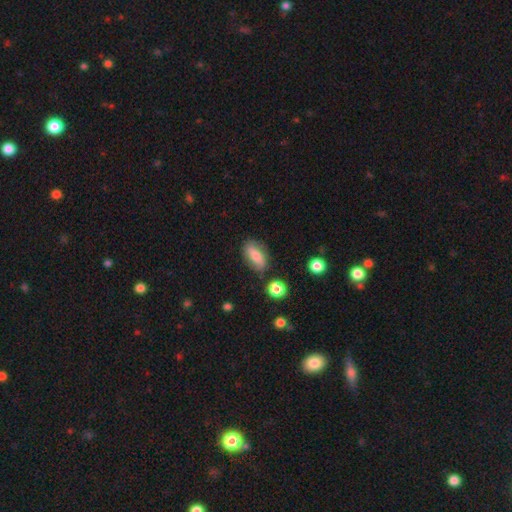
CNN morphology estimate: Overall: smooth (72%). How rounded: in between (81%). Merging: none (76%).